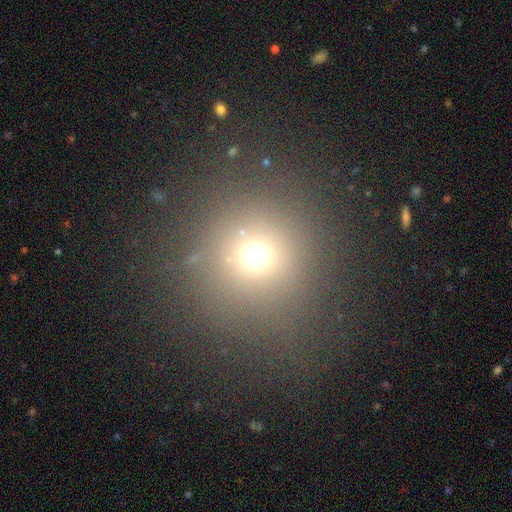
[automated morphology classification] smooth_or_featured: smooth (p=0.66) [alt: star or artifact p=0.24]
how_rounded: round (p=0.94) [alt: in between p=0.05]
merging: none (p=0.81) [alt: minor disturbance p=0.09]